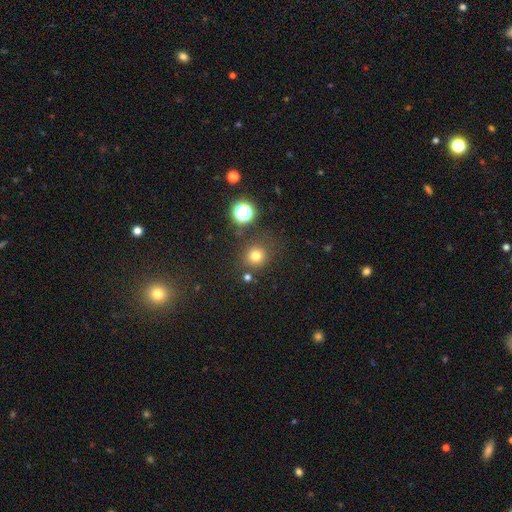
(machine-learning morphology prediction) Q: Smooth or featured?
A: smooth (75%); runner-up: star or artifact (18%)
Q: How rounded?
A: round (90%); runner-up: in between (9%)
Q: Merging?
A: none (80%); runner-up: minor disturbance (10%)